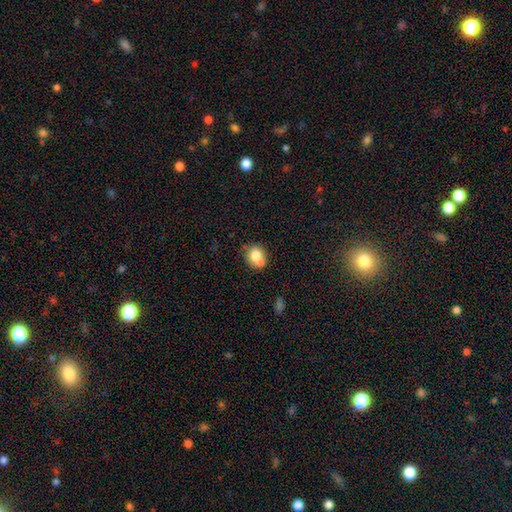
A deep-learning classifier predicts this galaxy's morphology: Smooth or featured? Predicted: smooth (p=0.74). How rounded? Predicted: round (p=0.72). Merging? Predicted: none (p=0.46).